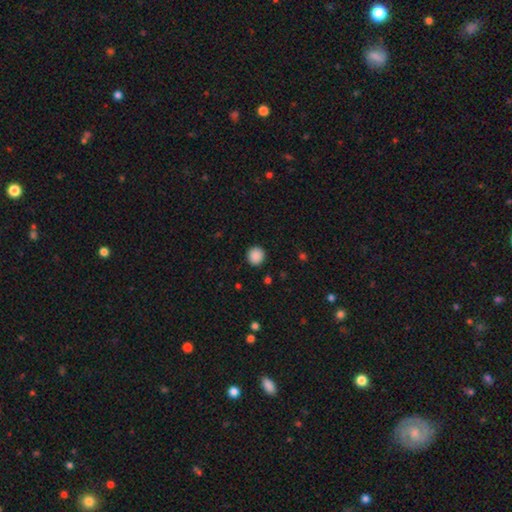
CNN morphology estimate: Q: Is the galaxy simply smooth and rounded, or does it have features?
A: smooth — 88%.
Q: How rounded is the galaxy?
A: round — 92%.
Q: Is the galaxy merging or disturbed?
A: none — 92%.